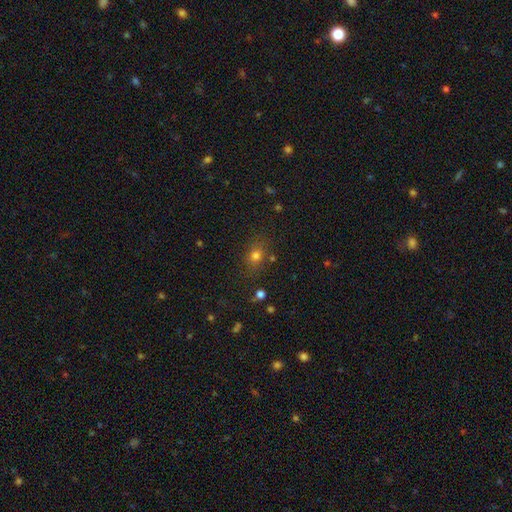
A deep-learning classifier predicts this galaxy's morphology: smooth-or-featured: smooth: 74% | star or artifact: 18% | featured or disk: 9%
  how-rounded: round: 55% | in between: 43% | cigar-shaped: 2%
  merging: none: 79% | minor disturbance: 13% | major disturbance: 4% | merger: 4%